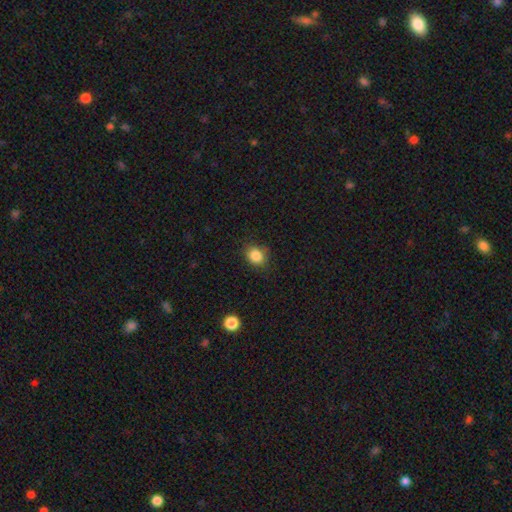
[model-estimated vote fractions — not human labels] Overall: smooth (85%). How rounded: round (58%; in between 41%). Merging: none (79%).